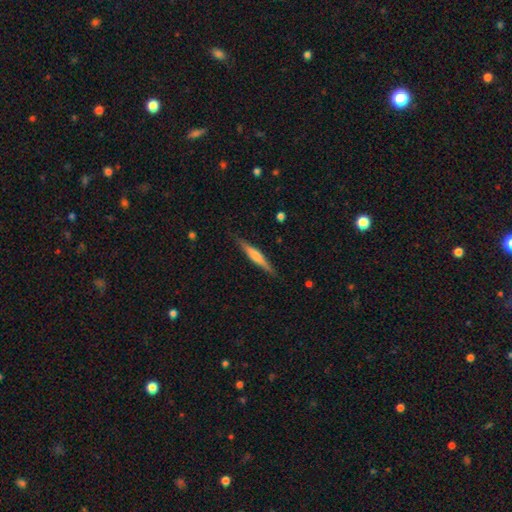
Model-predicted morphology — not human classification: Smooth or featured?
  - featured or disk: 56% *
  - smooth: 38%
  - star or artifact: 6%
Edge-on disk?
  - yes: 97% *
  - no: 3%
Edge-on bulge?
  - rounded: 58% *
  - boxy: 23%
  - none: 19%
Merging?
  - none: 88% *
  - minor disturbance: 9%
  - major disturbance: 2%
  - merger: 1%